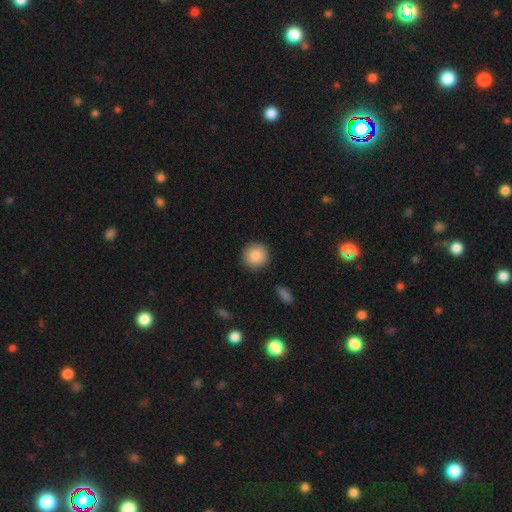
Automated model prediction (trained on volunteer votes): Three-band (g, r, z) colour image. It shows a smooth galaxy with no disk features (87%) that is round (94%). Merging: none (91%).